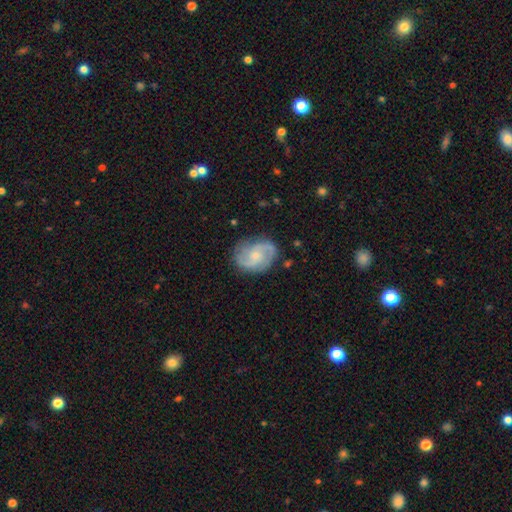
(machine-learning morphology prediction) smooth-or-featured: featured or disk: 83% | smooth: 12% | star or artifact: 5%
  disk-edge-on: no: 98% | yes: 2%
    bar: no: 58% | weak: 37% | strong: 5%
    has-spiral-arms: yes: 96% | no: 4%
      spiral-winding: medium: 53% | tight: 28% | loose: 18%
      spiral-arm-count: 2: 81% | 3: 8% | can't tell: 6% | 1: 2% | 4: 2% | more than 4: 2%
    bulge-size: small: 57% | moderate: 33% | none: 7% | large: 2% | dominant: 1%
  merging: none: 78% | minor disturbance: 16% | major disturbance: 5% | merger: 1%